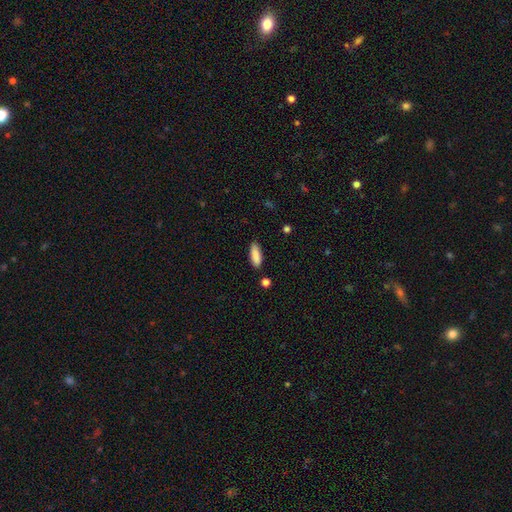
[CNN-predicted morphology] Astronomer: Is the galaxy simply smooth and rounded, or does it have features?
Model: smooth — 88%.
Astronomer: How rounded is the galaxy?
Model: in between — 62%.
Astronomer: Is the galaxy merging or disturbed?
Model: none — 85%.